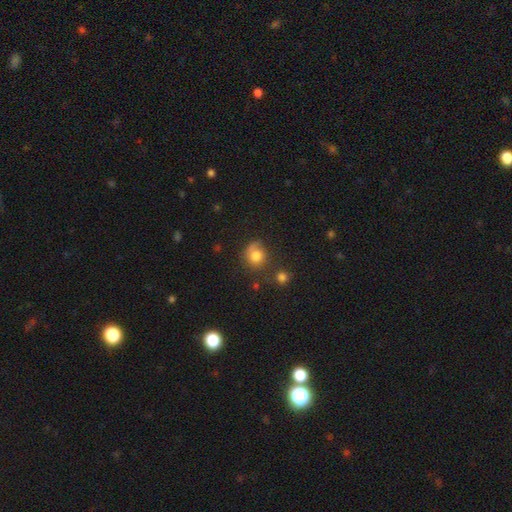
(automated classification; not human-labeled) A smooth galaxy with no disk features (77%) that is round (78%).

Vote fractions:
- Smooth or featured? smooth: 77% / featured or disk: 12% / star or artifact: 11%
- How rounded? round: 78% / in between: 21% / cigar-shaped: 1%
- Merging? none: 54% / minor disturbance: 24% / major disturbance: 13% / merger: 9%